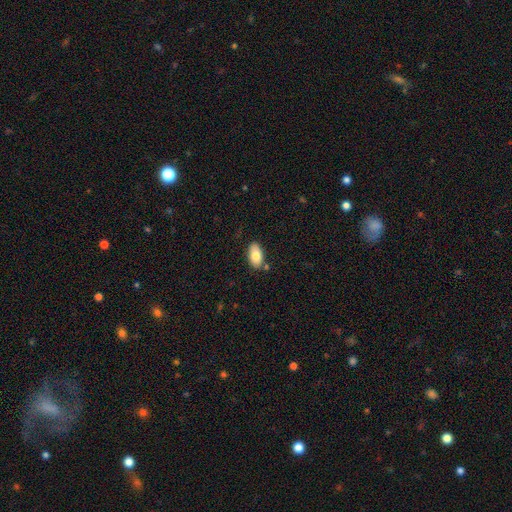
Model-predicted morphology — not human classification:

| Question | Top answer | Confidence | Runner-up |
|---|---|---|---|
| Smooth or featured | smooth | 81% | featured or disk (12%) |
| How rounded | in between | 94% | round (4%) |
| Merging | none | 80% | minor disturbance (13%) |